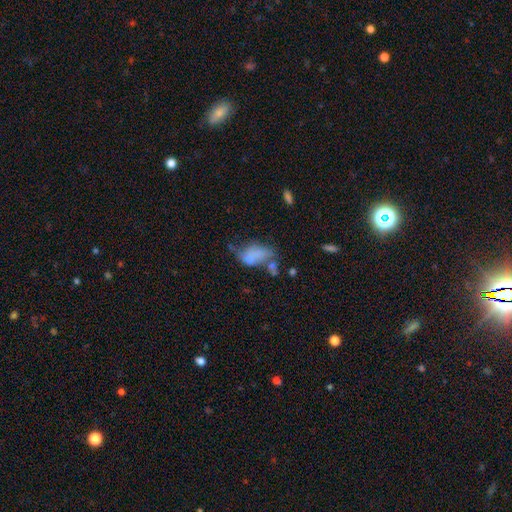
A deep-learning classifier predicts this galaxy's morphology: smooth-or-featured: smooth: 48% | featured or disk: 35% | star or artifact: 16%
  merging: major disturbance: 30% | none: 27% | minor disturbance: 24% | merger: 19%